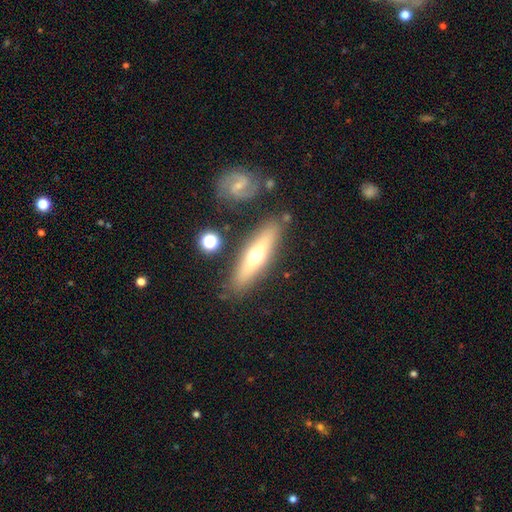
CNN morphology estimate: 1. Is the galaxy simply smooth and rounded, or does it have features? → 49% featured or disk, 44% smooth, 7% star or artifact.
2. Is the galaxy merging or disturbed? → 83% none, 10% minor disturbance, 4% merger, 3% major disturbance.